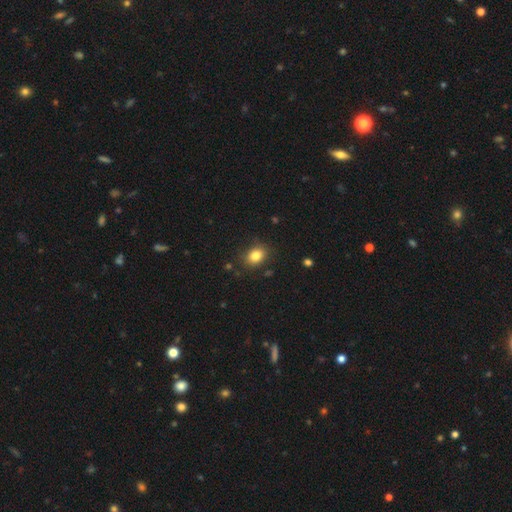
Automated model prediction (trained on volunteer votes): Morphology: type=smooth (84%); roundness=in between (57%); merging=none (82%).